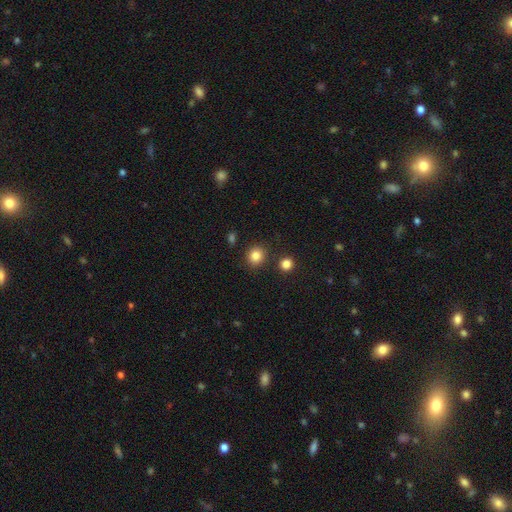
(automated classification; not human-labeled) Morphology: type=smooth (85%); roundness=round (83%); merging=none (86%).